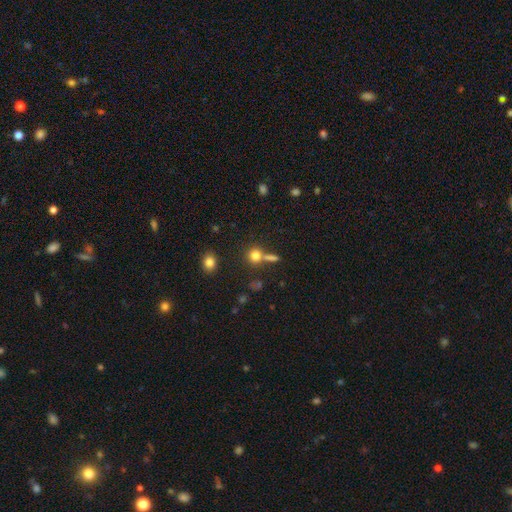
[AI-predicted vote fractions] smooth-or-featured: smooth: 77% | star or artifact: 14% | featured or disk: 9%
  how-rounded: round: 87% | in between: 11% | cigar-shaped: 2%
  merging: none: 63% | merger: 23% | minor disturbance: 9% | major disturbance: 5%